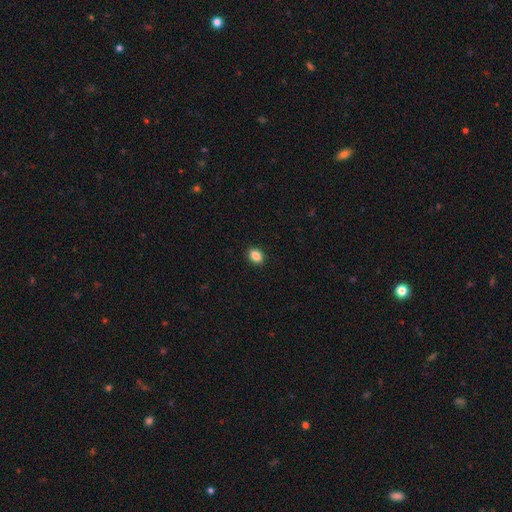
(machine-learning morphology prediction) smooth-or-featured: smooth: 86% | star or artifact: 9% | featured or disk: 5%
  how-rounded: in between: 79% | round: 19% | cigar-shaped: 2%
  merging: none: 89% | minor disturbance: 8% | major disturbance: 2% | merger: 1%